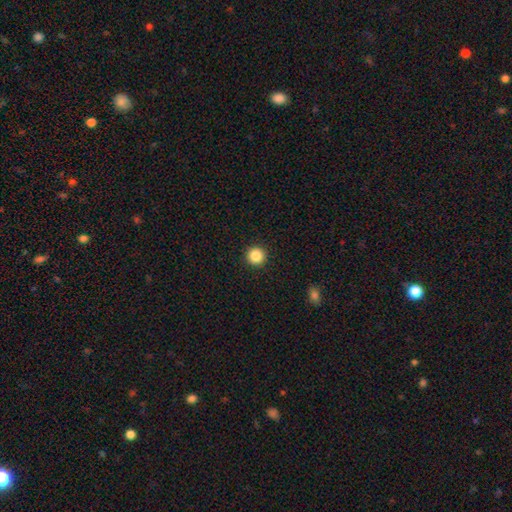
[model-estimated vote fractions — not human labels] Smooth or featured?
  - smooth: 86% *
  - star or artifact: 10%
  - featured or disk: 4%
How rounded?
  - round: 96% *
  - in between: 3%
  - cigar-shaped: 1%
Merging?
  - none: 94% *
  - minor disturbance: 4%
  - major disturbance: 1%
  - merger: 1%